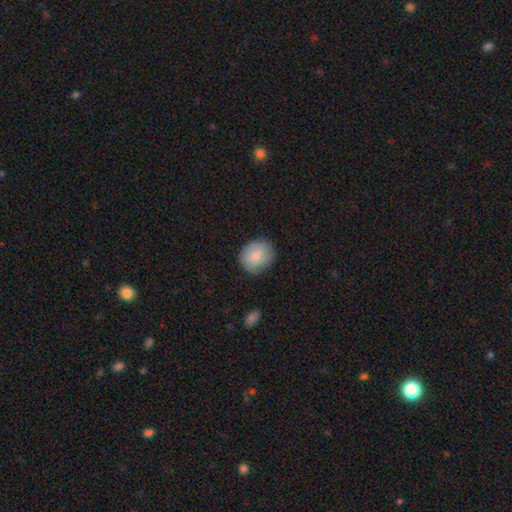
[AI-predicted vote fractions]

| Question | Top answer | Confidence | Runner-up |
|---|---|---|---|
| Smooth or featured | smooth | 84% | featured or disk (9%) |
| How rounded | round | 70% | in between (29%) |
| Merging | none | 81% | minor disturbance (15%) |